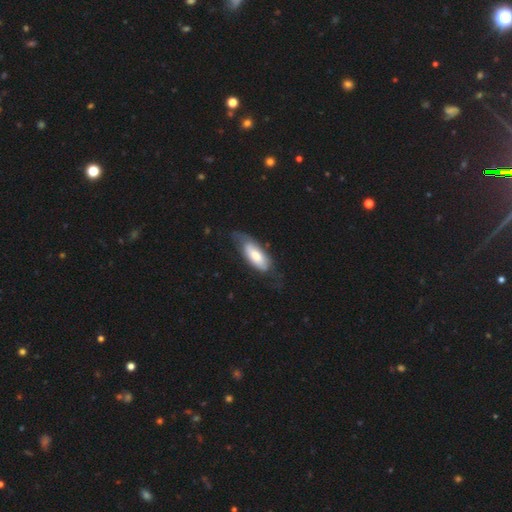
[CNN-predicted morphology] This is possibly a smooth galaxy (59%). How rounded: clearly in between (81%). Merging: possibly none (49%).